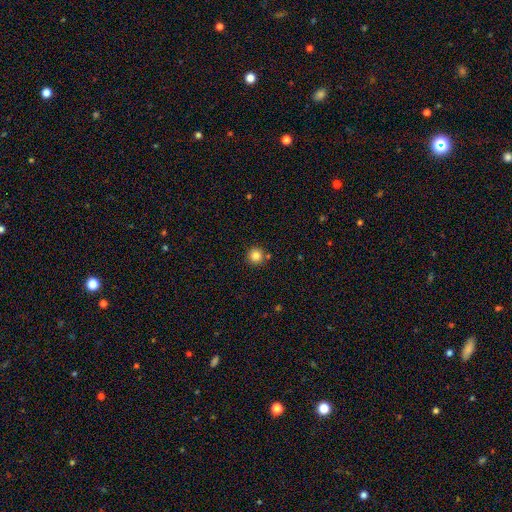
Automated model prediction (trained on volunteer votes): Smooth or featured: smooth — 83% (star or artifact — 12%)
How rounded: round — 95% (in between — 4%)
Merging: none — 86% (minor disturbance — 7%)